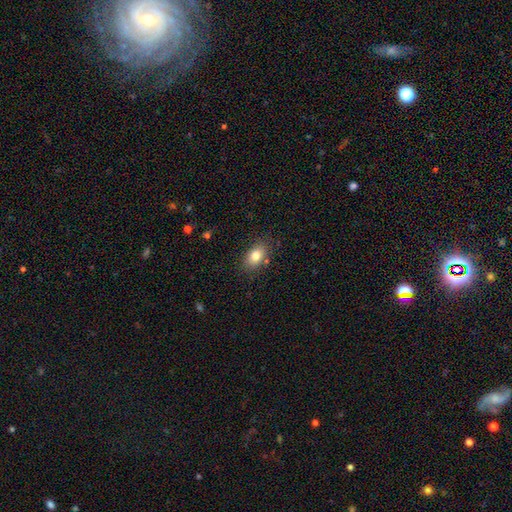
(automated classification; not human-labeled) Smooth or featured? smooth (80%)
How rounded? in between (83%)
Merging? none (83%)